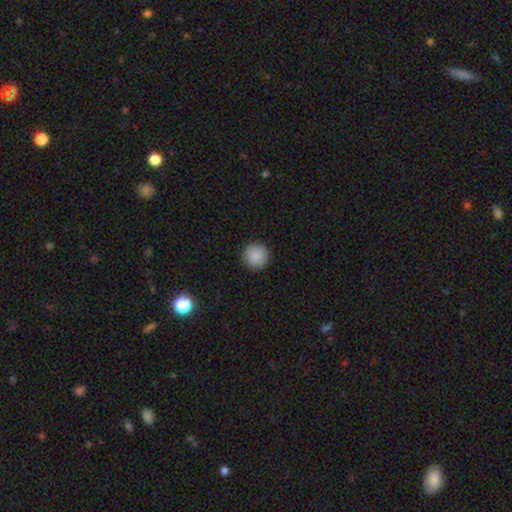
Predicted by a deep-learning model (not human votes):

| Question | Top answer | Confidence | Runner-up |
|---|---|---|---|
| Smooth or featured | smooth | 87% | star or artifact (8%) |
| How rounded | round | 95% | in between (4%) |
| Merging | none | 91% | minor disturbance (6%) |